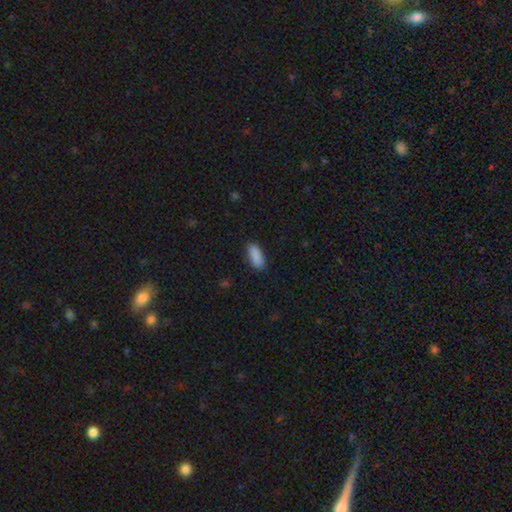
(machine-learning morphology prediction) smooth-or-featured: smooth: 90% | star or artifact: 7% | featured or disk: 4%
  how-rounded: in between: 81% | cigar-shaped: 18% | round: 2%
  merging: none: 85% | minor disturbance: 11% | major disturbance: 2% | merger: 1%